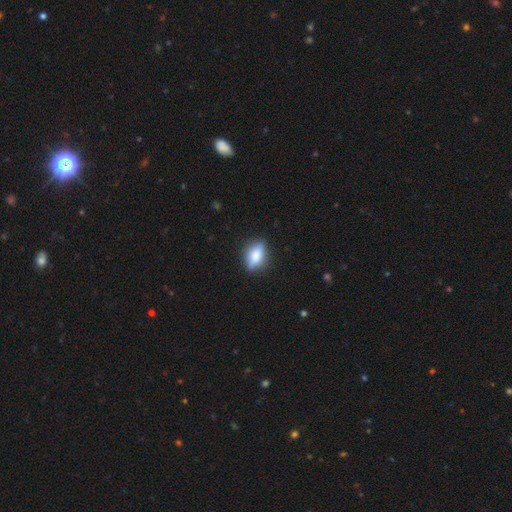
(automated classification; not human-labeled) Morphology: type=smooth (78%); roundness=in between (81%); merging=none (82%).